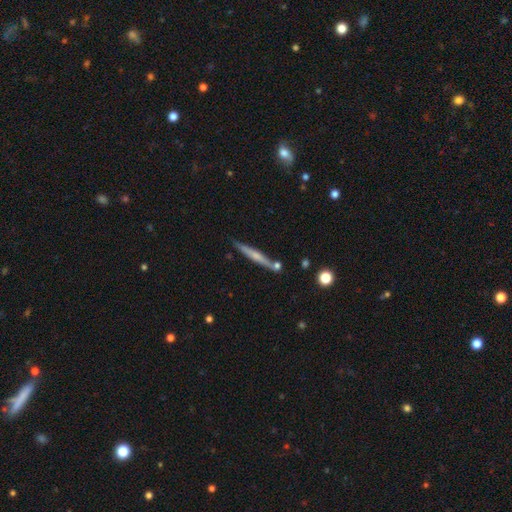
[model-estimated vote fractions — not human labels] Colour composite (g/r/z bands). It shows a featured or disk galaxy (54%) viewed edge-on (96%) with a rounded central bulge (54%). Merging: none (80%).